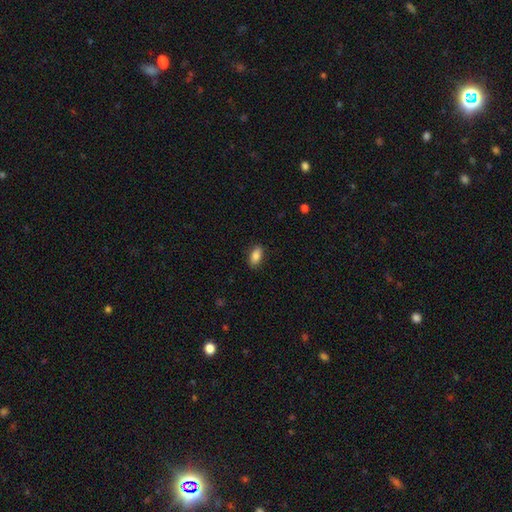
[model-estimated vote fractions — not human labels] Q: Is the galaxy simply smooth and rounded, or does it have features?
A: smooth — 84%.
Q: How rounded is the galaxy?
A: in between — 90%.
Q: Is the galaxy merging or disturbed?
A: none — 88%.